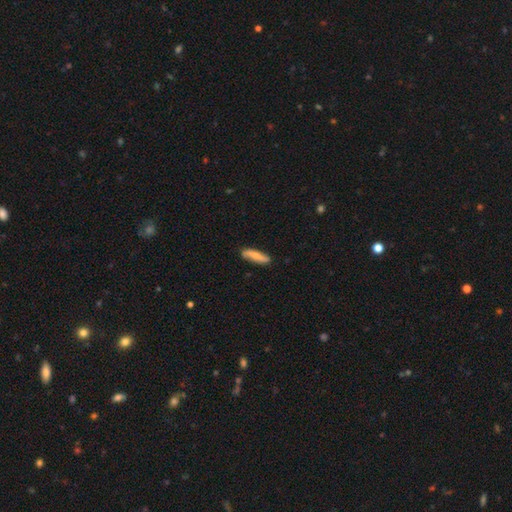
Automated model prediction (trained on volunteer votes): smooth 60%, featured or disk 34%, star or artifact 6%. Down the decision tree: how rounded — cigar-shaped (70%); merging — none (84%).